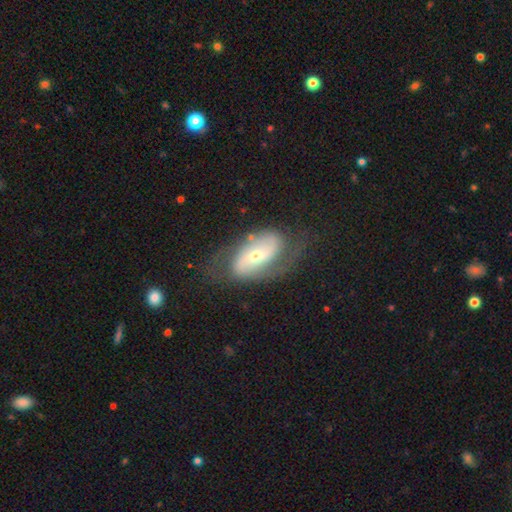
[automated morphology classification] Overall: featured or disk (74%). Edge-on disk: no (94%). Bar: no (50%; weak 30%). Spiral arms: yes (86%). Spiral arm count: 2 (80%). Spiral winding: medium (40%; loose 39%). Bulge size: small (52%; moderate 42%). Merging: none (59%; minor disturbance 20%).